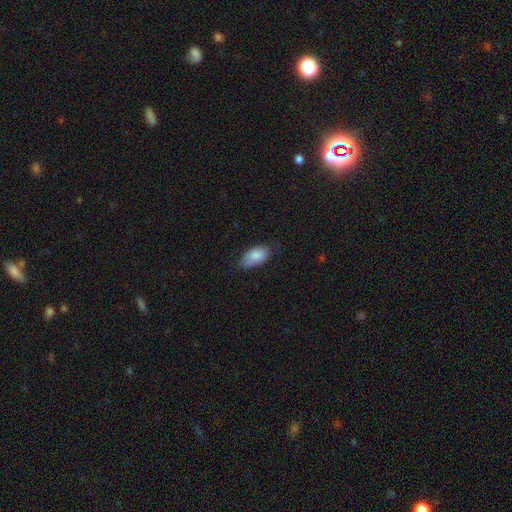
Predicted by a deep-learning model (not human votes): smooth-or-featured: smooth: 85% | featured or disk: 8% | star or artifact: 7%
  how-rounded: in between: 93% | round: 4% | cigar-shaped: 3%
  merging: none: 66% | minor disturbance: 28% | major disturbance: 5% | merger: 1%